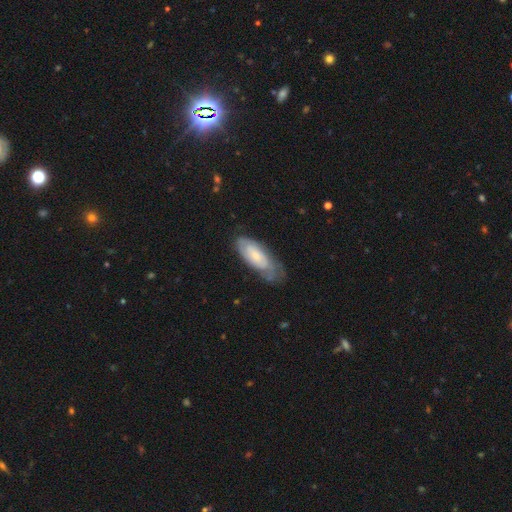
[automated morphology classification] smooth-or-featured: featured or disk: 57% | smooth: 37% | star or artifact: 6%
  disk-edge-on: no: 89% | yes: 11%
    bar: no: 67% | weak: 27% | strong: 6%
    has-spiral-arms: yes: 82% | no: 18%
    bulge-size: small: 59% | moderate: 32% | none: 4% | large: 3% | dominant: 1%
  merging: none: 49% | minor disturbance: 32% | major disturbance: 17% | merger: 2%